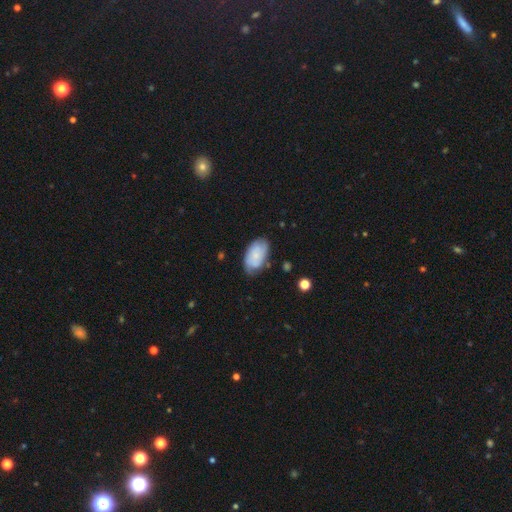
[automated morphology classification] A smooth galaxy with no disk features (56%) that is in between round and cigar-shaped (93%). Merging: none (64%).